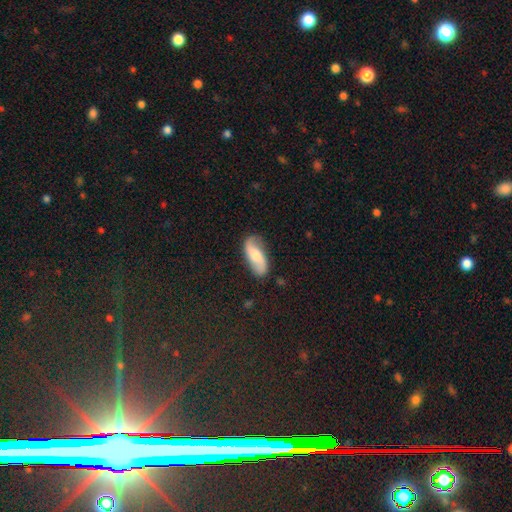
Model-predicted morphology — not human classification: type=featured or disk (55%); edge-on=no (90%); merging=none (76%).